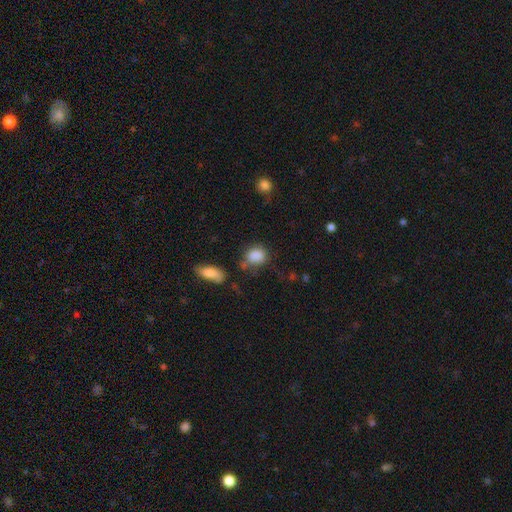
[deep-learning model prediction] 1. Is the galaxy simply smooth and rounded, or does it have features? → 85% smooth, 9% star or artifact, 5% featured or disk.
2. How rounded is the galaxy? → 51% round, 47% in between, 2% cigar-shaped.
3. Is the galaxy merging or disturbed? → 58% none, 22% minor disturbance, 12% merger, 8% major disturbance.